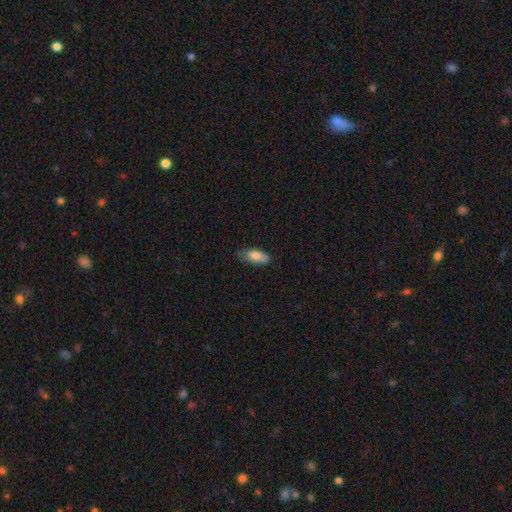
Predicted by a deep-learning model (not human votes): smooth-or-featured: smooth: 81% | featured or disk: 13% | star or artifact: 7%
  how-rounded: in between: 83% | cigar-shaped: 15% | round: 2%
  merging: none: 68% | minor disturbance: 25% | major disturbance: 5% | merger: 1%